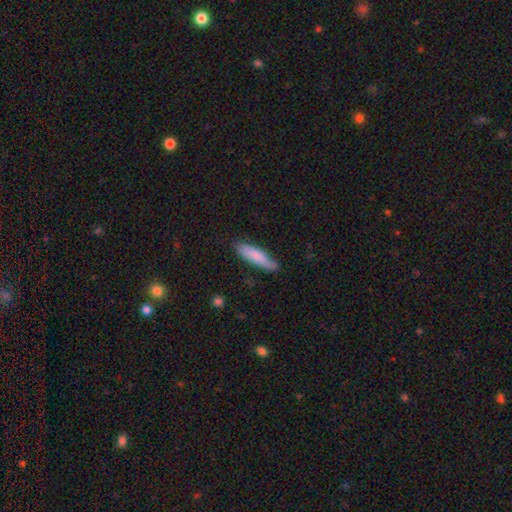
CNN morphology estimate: The model was most divided on "how rounded": cigar-shaped: 71%, in between: 27%, round: 1%. More confident: smooth or featured — smooth (80%); merging — none (77%).